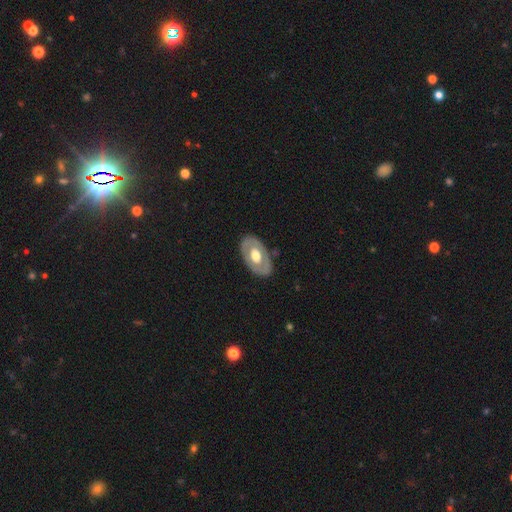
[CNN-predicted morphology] A featured or disk galaxy (54%). Merging: none (83%).